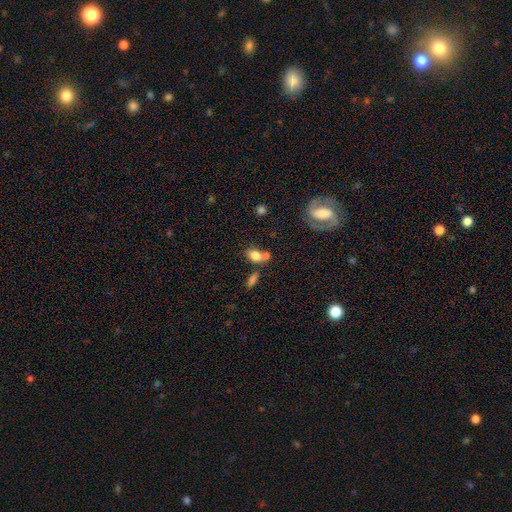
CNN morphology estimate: Q: Smooth or featured?
A: smooth (78%); runner-up: featured or disk (12%)
Q: How rounded?
A: in between (67%); runner-up: round (30%)
Q: Merging?
A: none (45%); runner-up: merger (37%)